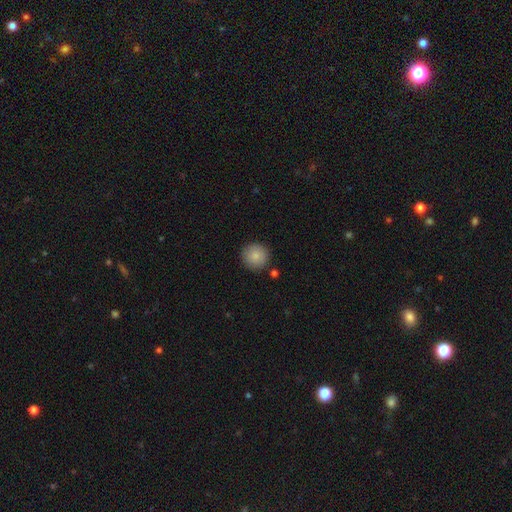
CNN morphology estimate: Smooth or featured? Predicted: smooth (p=0.86). How rounded? Predicted: round (p=0.95). Merging? Predicted: none (p=0.89).